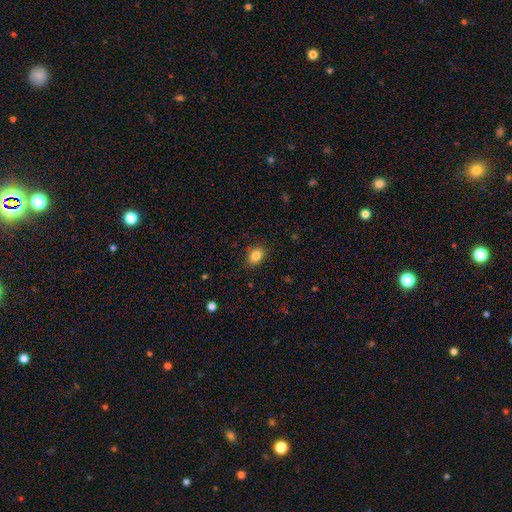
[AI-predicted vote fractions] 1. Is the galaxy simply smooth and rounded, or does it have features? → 84% smooth, 10% star or artifact, 6% featured or disk.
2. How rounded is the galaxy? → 66% in between, 33% round, 1% cigar-shaped.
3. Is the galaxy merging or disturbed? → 84% none, 12% minor disturbance, 3% major disturbance, 1% merger.